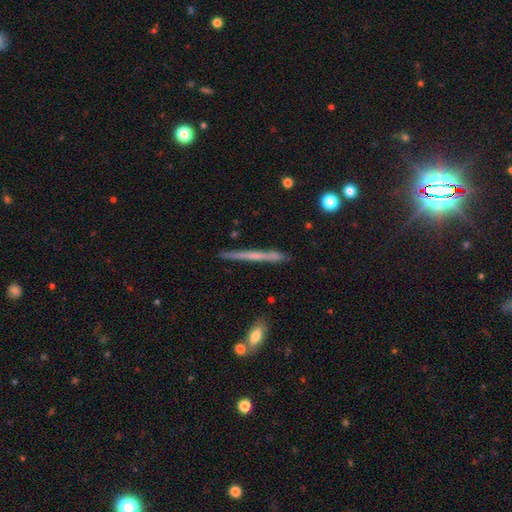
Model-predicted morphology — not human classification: This is possibly a featured or disk galaxy (56%). It is clearly viewed edge-on (97%). Edge-on bulge: likely none (80%). Merging: clearly none (88%).